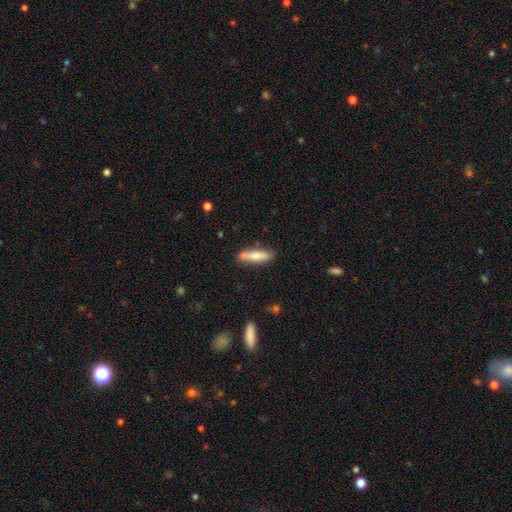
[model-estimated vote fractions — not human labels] smooth 74%, featured or disk 20%, star or artifact 6%. Down the decision tree: how rounded — cigar-shaped (68%); merging — none (83%).